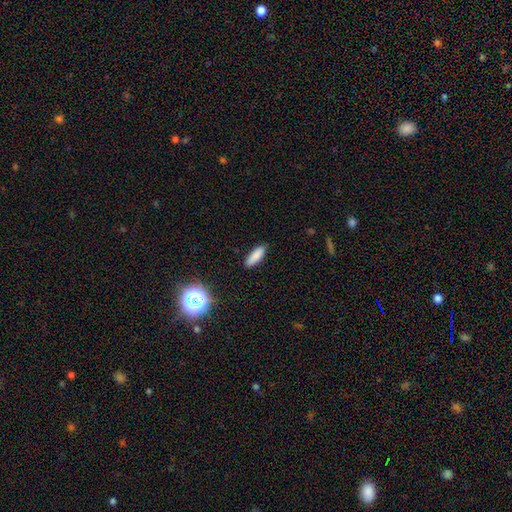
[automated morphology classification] smooth 84%, star or artifact 9%, featured or disk 6%. Down the decision tree: how rounded — in between (54%); merging — none (87%).